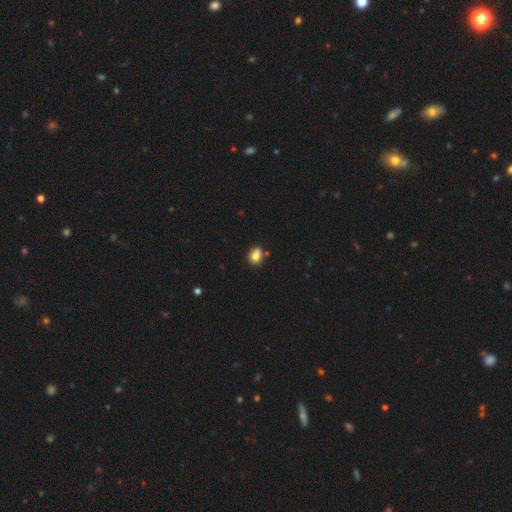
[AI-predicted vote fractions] Smooth or featured: smooth — 82% (star or artifact — 10%)
How rounded: in between — 50% (round — 49%)
Merging: none — 67% (minor disturbance — 18%)